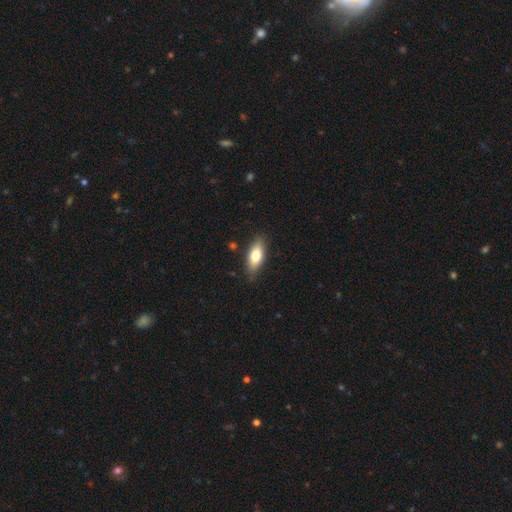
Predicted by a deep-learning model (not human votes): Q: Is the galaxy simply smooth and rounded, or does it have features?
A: smooth — 74%.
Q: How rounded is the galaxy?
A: in between — 78%.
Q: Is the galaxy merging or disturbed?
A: none — 83%.